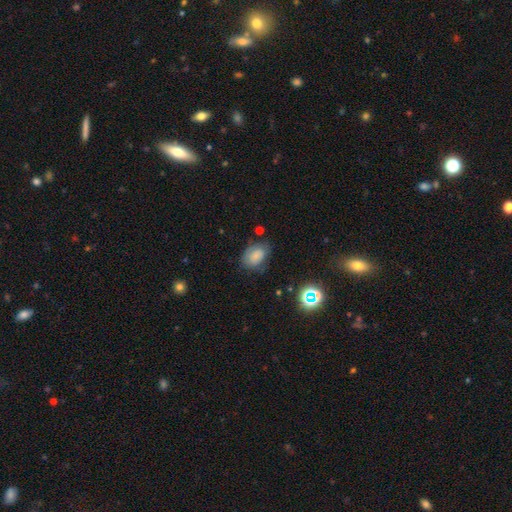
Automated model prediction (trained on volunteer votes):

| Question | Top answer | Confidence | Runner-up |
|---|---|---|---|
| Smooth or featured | smooth | 72% | featured or disk (16%) |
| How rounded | in between | 81% | round (17%) |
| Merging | none | 62% | minor disturbance (26%) |